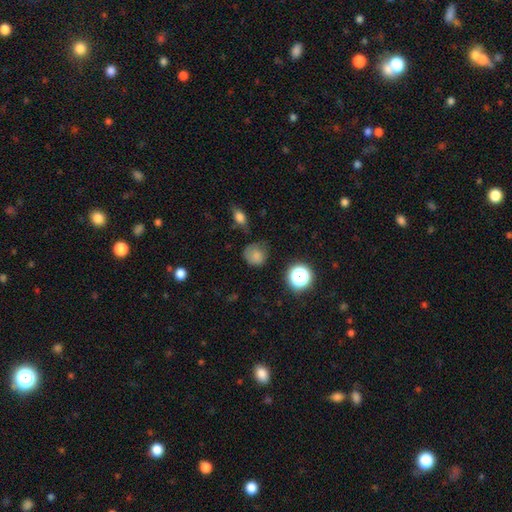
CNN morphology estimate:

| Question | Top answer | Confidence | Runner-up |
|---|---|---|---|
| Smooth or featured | smooth | 75% | star or artifact (14%) |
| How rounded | round | 80% | in between (19%) |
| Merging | none | 56% | minor disturbance (29%) |